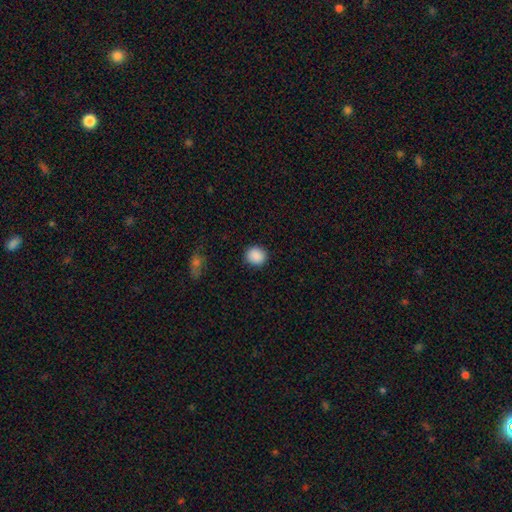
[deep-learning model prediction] smooth 90%, star or artifact 8%, featured or disk 2%. Down the decision tree: how rounded — round (85%); merging — none (91%).